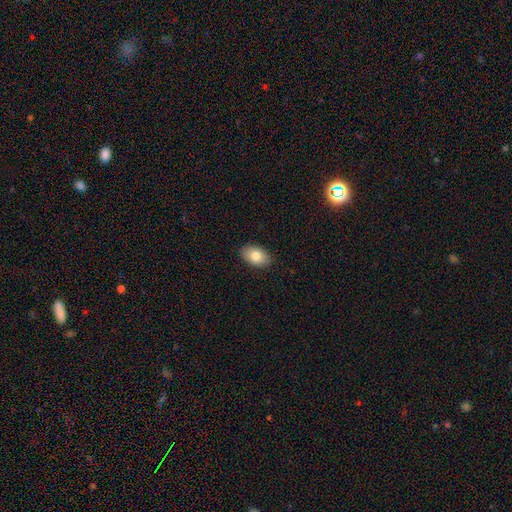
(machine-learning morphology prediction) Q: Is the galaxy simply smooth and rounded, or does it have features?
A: smooth — 82%.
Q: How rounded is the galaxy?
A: in between — 92%.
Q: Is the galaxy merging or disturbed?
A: none — 88%.